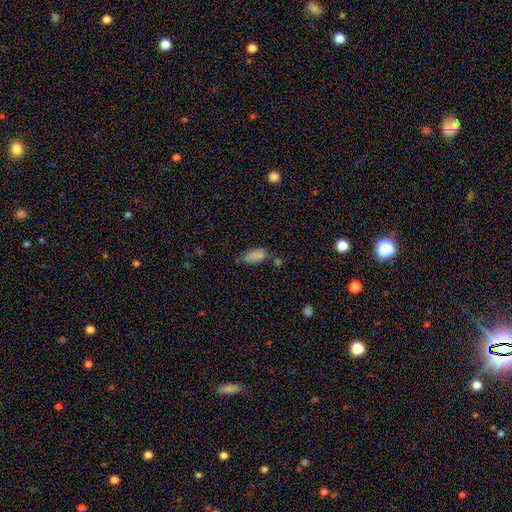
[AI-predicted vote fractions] smooth 80%, star or artifact 11%, featured or disk 9%. Down the decision tree: how rounded — in between (91%); merging — none (56%).